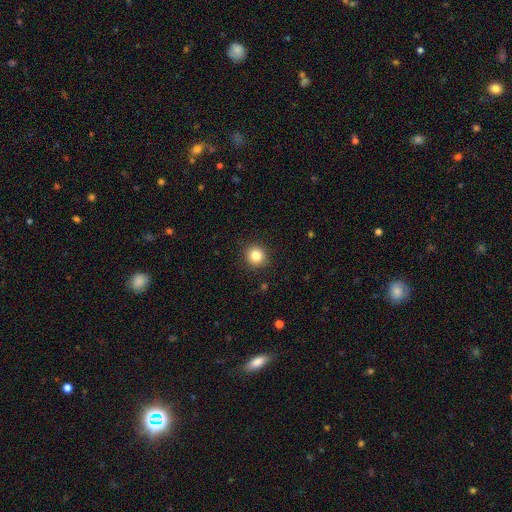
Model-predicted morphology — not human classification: Smooth or featured?
  - smooth: 84% *
  - star or artifact: 11%
  - featured or disk: 5%
How rounded?
  - round: 91% *
  - in between: 8%
  - cigar-shaped: 1%
Merging?
  - none: 91% *
  - minor disturbance: 6%
  - major disturbance: 2%
  - merger: 1%